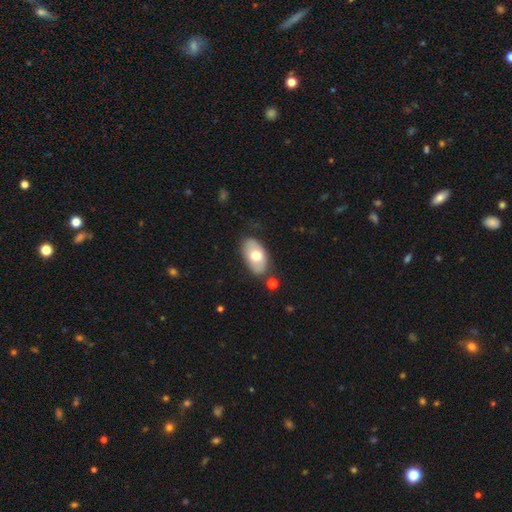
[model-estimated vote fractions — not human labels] A smooth galaxy with no disk features (65%) that is in between round and cigar-shaped (93%).

Vote fractions:
- Smooth or featured? smooth: 65% / featured or disk: 29% / star or artifact: 6%
- How rounded? in between: 93% / round: 5% / cigar-shaped: 2%
- Merging? none: 78% / minor disturbance: 14% / merger: 4% / major disturbance: 4%